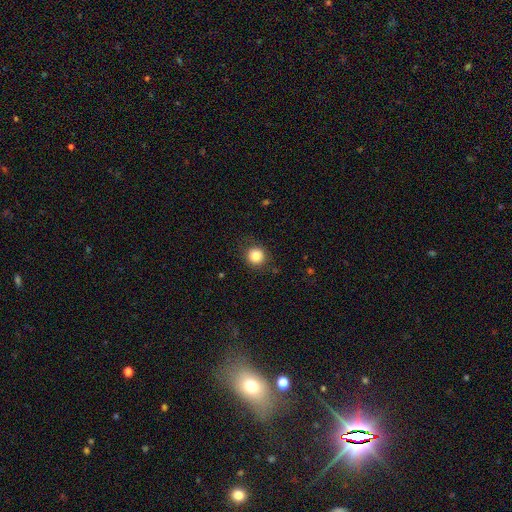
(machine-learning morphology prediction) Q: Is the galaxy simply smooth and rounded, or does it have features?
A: smooth — 82%.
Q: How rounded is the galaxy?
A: round — 91%.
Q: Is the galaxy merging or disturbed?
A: none — 84%.